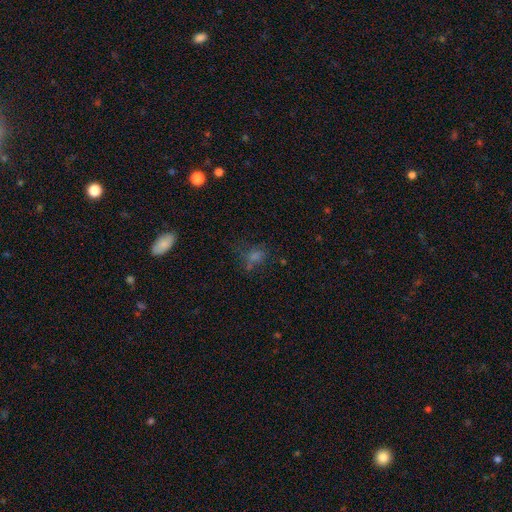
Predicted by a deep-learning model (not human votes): Smooth or featured?
  - smooth: 54% *
  - star or artifact: 29%
  - featured or disk: 17%
How rounded?
  - in between: 55% *
  - round: 41%
  - cigar-shaped: 4%
Merging?
  - none: 55% *
  - minor disturbance: 20%
  - major disturbance: 17%
  - merger: 8%